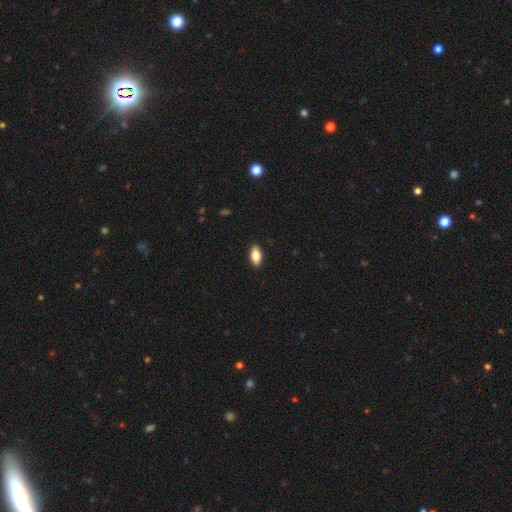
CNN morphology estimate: A smooth galaxy with no disk features (81%) that is in between round and cigar-shaped (89%).

Vote fractions:
- Smooth or featured? smooth: 81% / featured or disk: 12% / star or artifact: 7%
- How rounded? in between: 89% / cigar-shaped: 8% / round: 3%
- Merging? none: 90% / minor disturbance: 8% / major disturbance: 2% / merger: 1%